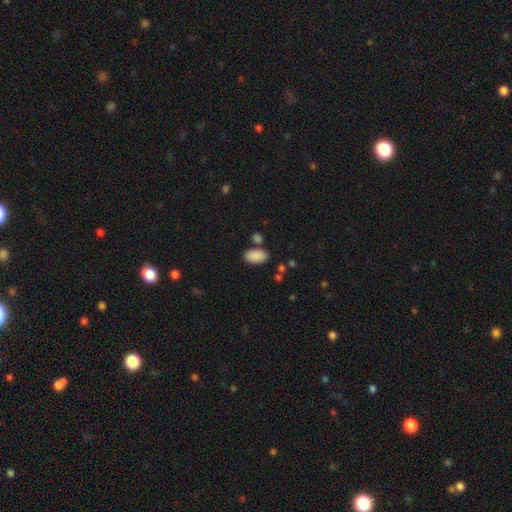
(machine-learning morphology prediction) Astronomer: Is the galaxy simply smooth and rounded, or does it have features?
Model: smooth — 89%.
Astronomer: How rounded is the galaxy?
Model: in between — 95%.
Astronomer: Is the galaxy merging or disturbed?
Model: none — 74%.